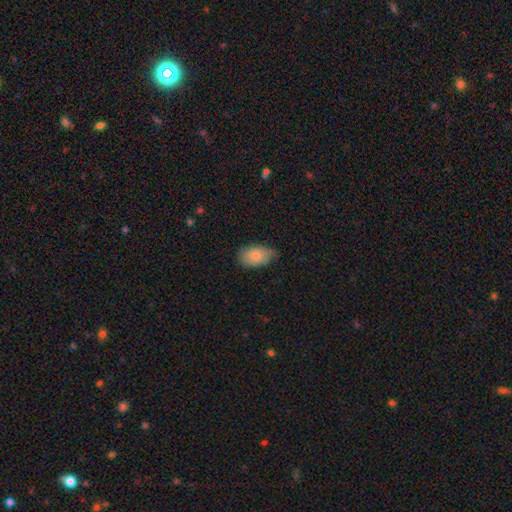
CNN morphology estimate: smooth-or-featured: smooth: 83% | featured or disk: 11% | star or artifact: 6%
  how-rounded: in between: 93% | round: 6% | cigar-shaped: 2%
  merging: none: 60% | minor disturbance: 33% | major disturbance: 6% | merger: 1%